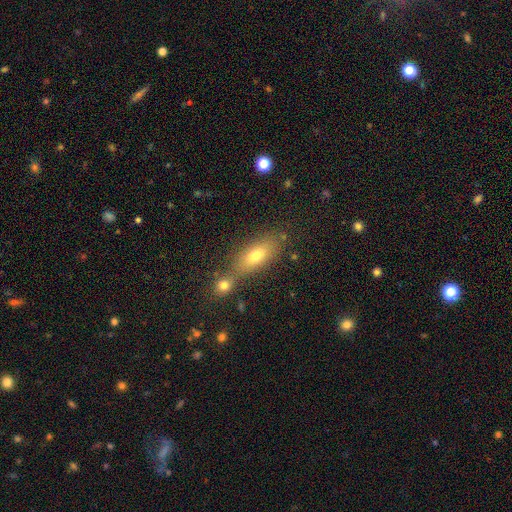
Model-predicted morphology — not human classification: Smooth or featured? Predicted: smooth (p=0.71). How rounded? Predicted: in between (p=0.73). Merging? Predicted: none (p=0.53).